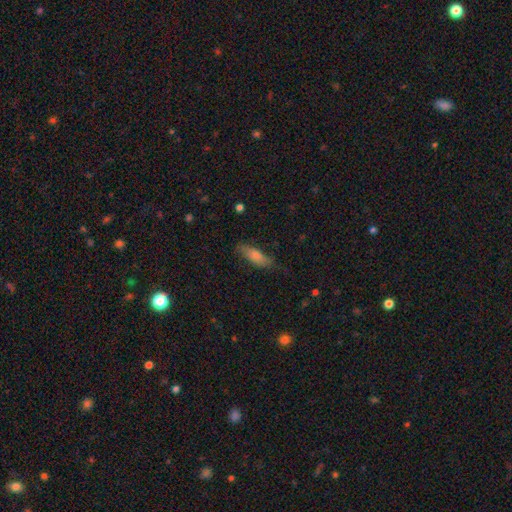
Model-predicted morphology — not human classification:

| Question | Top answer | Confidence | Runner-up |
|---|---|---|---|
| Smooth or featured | smooth | 77% | featured or disk (16%) |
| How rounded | in between | 58% | cigar-shaped (40%) |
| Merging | none | 68% | minor disturbance (24%) |